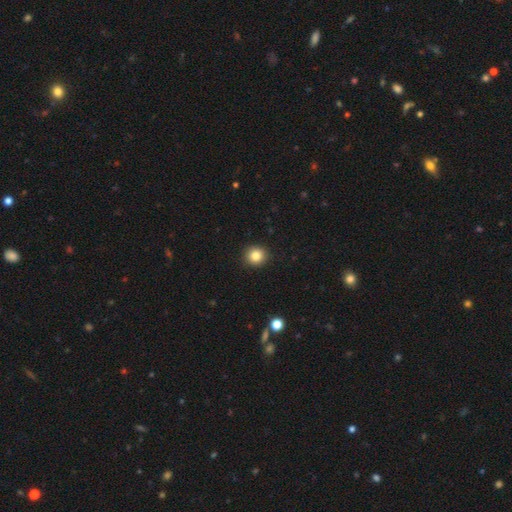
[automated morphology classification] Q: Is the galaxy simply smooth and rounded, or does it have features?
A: smooth — 83%.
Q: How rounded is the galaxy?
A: round — 92%.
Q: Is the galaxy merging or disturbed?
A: none — 92%.